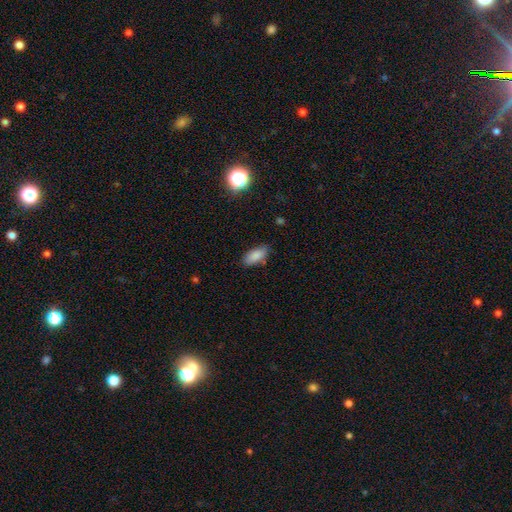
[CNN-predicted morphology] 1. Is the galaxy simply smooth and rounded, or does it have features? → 87% smooth, 8% star or artifact, 5% featured or disk.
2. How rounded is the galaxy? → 90% in between, 8% cigar-shaped, 3% round.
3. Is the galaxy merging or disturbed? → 80% none, 15% minor disturbance, 3% major disturbance, 2% merger.